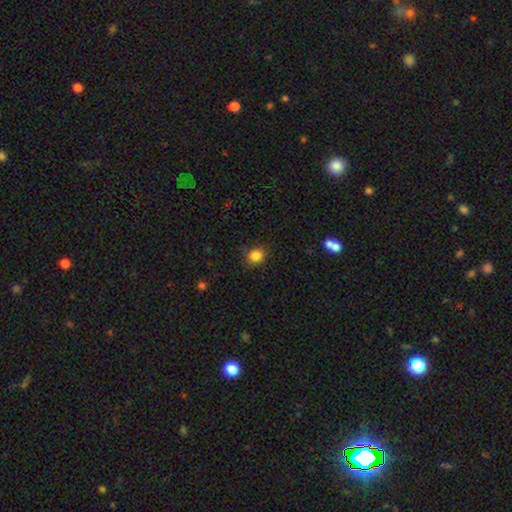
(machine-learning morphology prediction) A smooth galaxy with no disk features (84%) that is round (77%). Merging: none (84%).